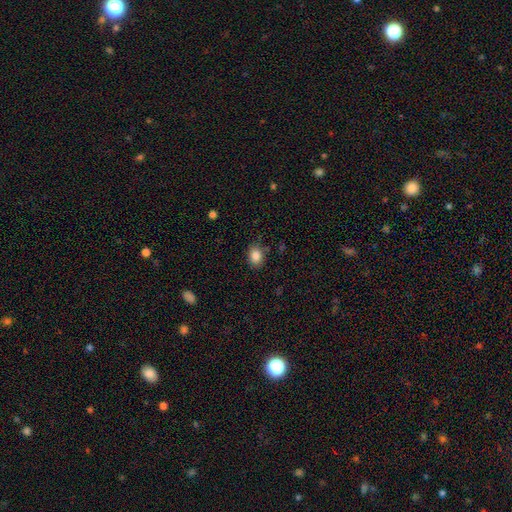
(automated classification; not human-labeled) A smooth galaxy with no disk features (86%) that is in between round and cigar-shaped (59%).

Vote fractions:
- Smooth or featured? smooth: 86% / star or artifact: 9% / featured or disk: 5%
- How rounded? in between: 59% / round: 40% / cigar-shaped: 1%
- Merging? none: 80% / minor disturbance: 15% / major disturbance: 3% / merger: 2%